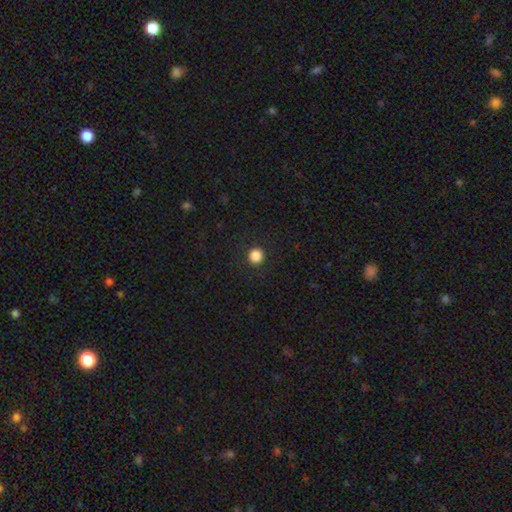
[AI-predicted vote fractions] smooth_or_featured: smooth (p=0.86) [alt: star or artifact p=0.11]
how_rounded: round (p=0.94) [alt: in between p=0.05]
merging: none (p=0.92) [alt: minor disturbance p=0.05]